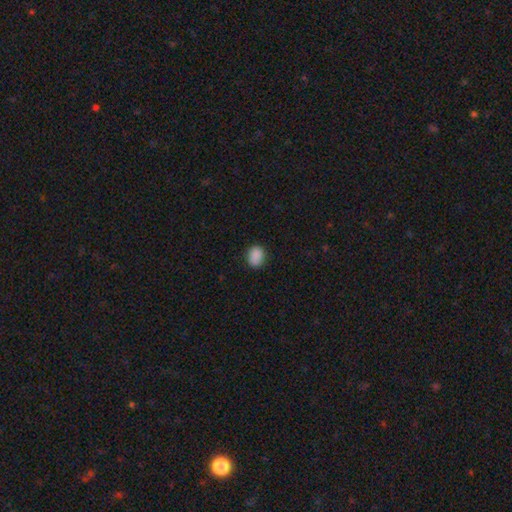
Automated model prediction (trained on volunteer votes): Smooth or featured? smooth (88%)
How rounded? round (50%)
Merging? none (84%)